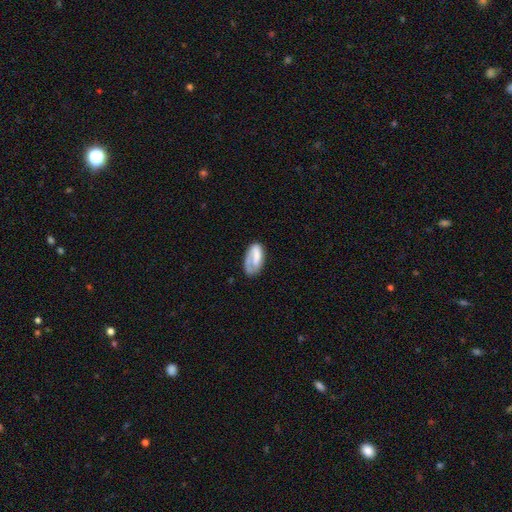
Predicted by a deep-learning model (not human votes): Smooth or featured? Predicted: smooth (p=0.59). How rounded? Predicted: in between (p=0.90). Merging? Predicted: none (p=0.51).